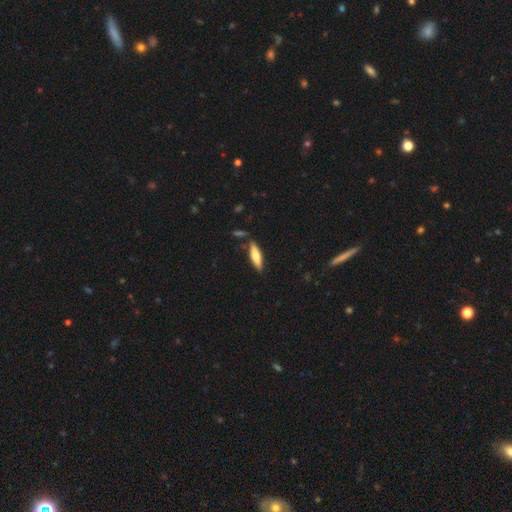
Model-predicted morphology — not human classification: Smooth or featured? smooth (60%)
How rounded? cigar-shaped (62%)
Merging? none (81%)